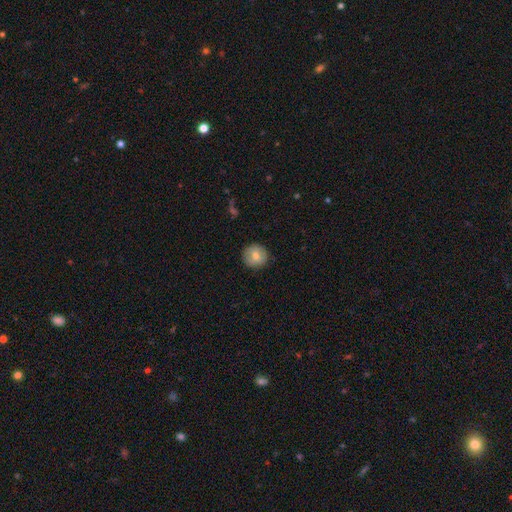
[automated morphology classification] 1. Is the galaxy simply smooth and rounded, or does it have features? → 71% smooth, 22% featured or disk, 8% star or artifact.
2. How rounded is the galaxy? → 92% round, 7% in between, 1% cigar-shaped.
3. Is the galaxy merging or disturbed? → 88% none, 9% minor disturbance, 2% major disturbance, 1% merger.